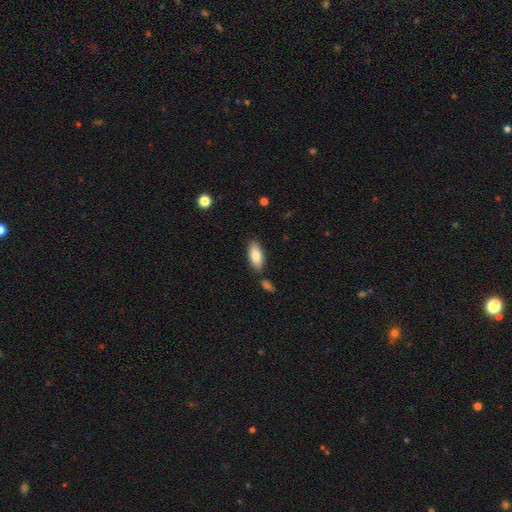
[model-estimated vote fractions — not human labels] Smooth or featured?
  - smooth: 84% *
  - featured or disk: 10%
  - star or artifact: 6%
How rounded?
  - in between: 87% *
  - cigar-shaped: 11%
  - round: 2%
Merging?
  - none: 81% *
  - minor disturbance: 11%
  - merger: 6%
  - major disturbance: 2%